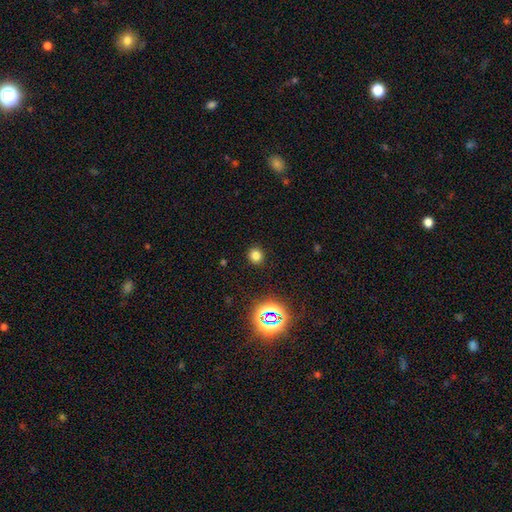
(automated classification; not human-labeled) This appears to be a smooth galaxy with no disk features (75%) that is round (84%). Merging: none (90%).